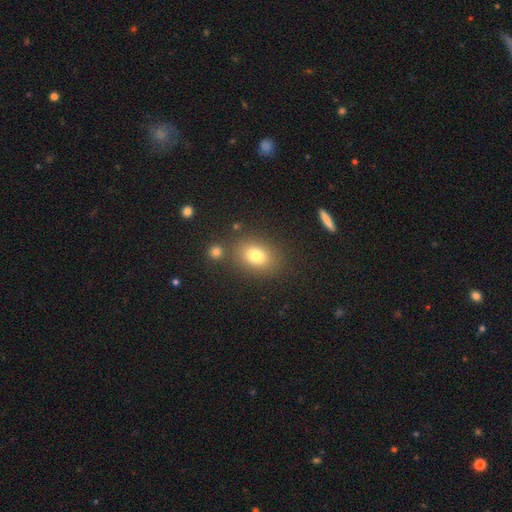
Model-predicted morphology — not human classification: A smooth galaxy with no disk features (78%) that is in between round and cigar-shaped (69%).

Vote fractions:
- Smooth or featured? smooth: 78% / star or artifact: 12% / featured or disk: 10%
- How rounded? in between: 69% / round: 29% / cigar-shaped: 2%
- Merging? none: 78% / minor disturbance: 11% / merger: 7% / major disturbance: 4%